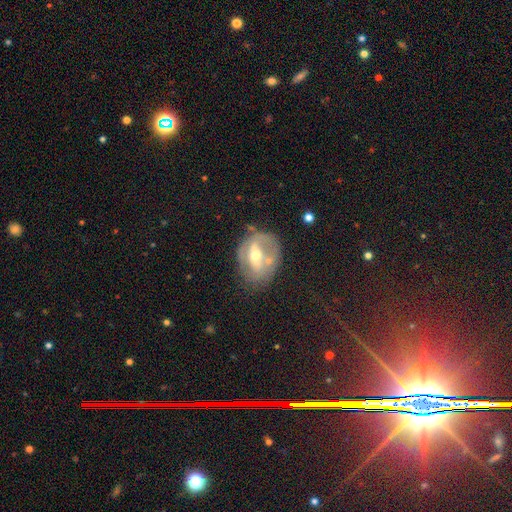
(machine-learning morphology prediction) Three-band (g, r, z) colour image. It shows a featured or disk galaxy (66%) with a strong bar (40%), no spiral arms (60%) and a moderate central bulge (66%). Merging: none (54%).